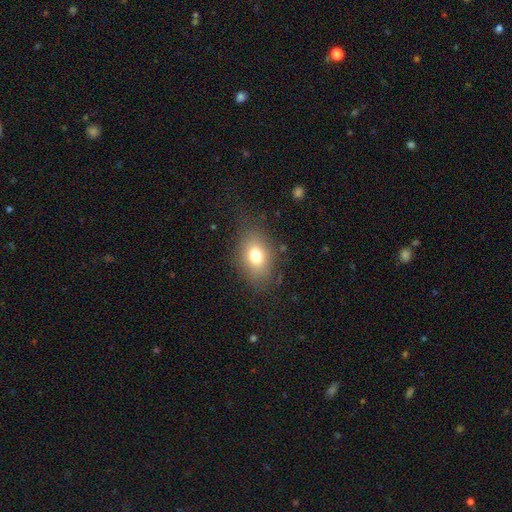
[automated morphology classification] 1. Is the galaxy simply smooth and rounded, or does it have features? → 75% smooth, 14% featured or disk, 11% star or artifact.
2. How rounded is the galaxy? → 76% in between, 22% round, 2% cigar-shaped.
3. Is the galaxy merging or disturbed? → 77% none, 15% minor disturbance, 7% major disturbance, 1% merger.